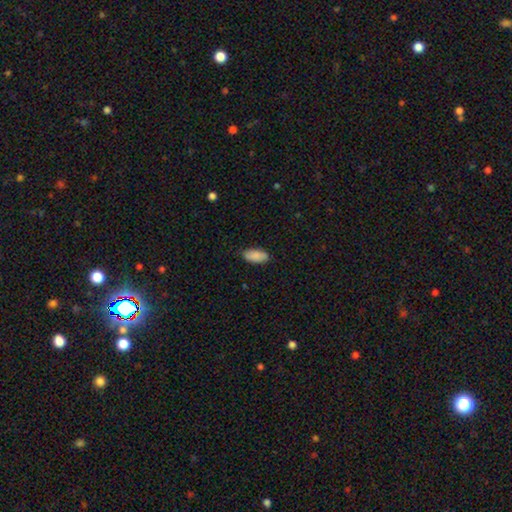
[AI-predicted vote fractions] A smooth galaxy with no disk features (89%) that is in between round and cigar-shaped (92%). Merging: none (85%).